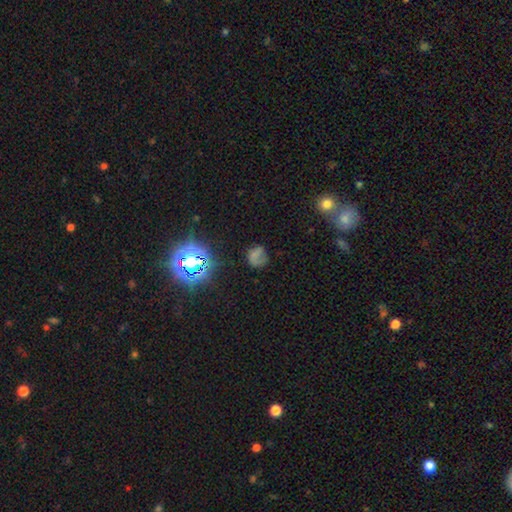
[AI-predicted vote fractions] smooth-or-featured: smooth: 52% | star or artifact: 27% | featured or disk: 22%
  how-rounded: round: 68% | in between: 30% | cigar-shaped: 2%
  merging: none: 55% | minor disturbance: 24% | major disturbance: 18% | merger: 3%